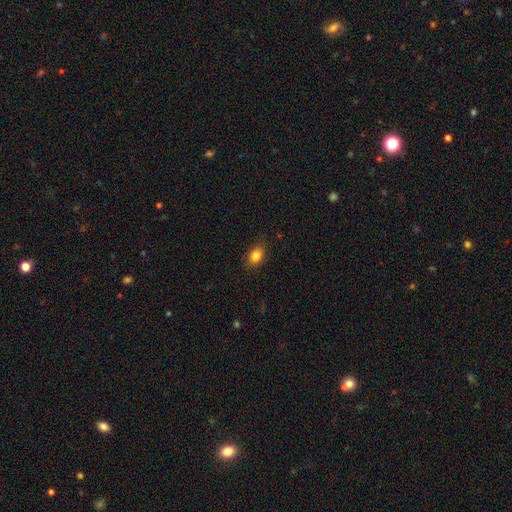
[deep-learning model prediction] smooth-or-featured: smooth: 85% | star or artifact: 9% | featured or disk: 6%
  how-rounded: in between: 77% | round: 21% | cigar-shaped: 2%
  merging: none: 85% | minor disturbance: 11% | major disturbance: 3% | merger: 1%